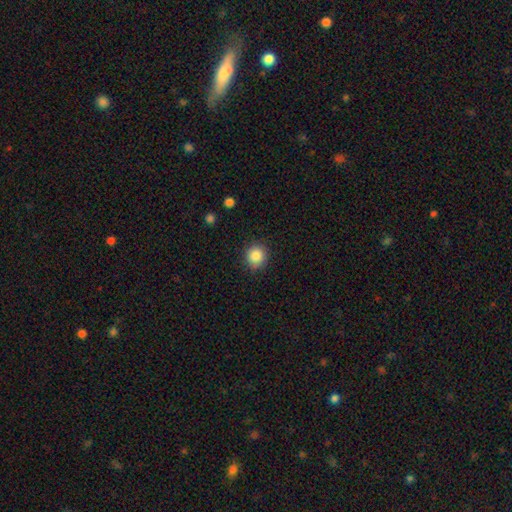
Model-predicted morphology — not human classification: Smooth or featured? smooth (86%)
How rounded? round (89%)
Merging? none (88%)